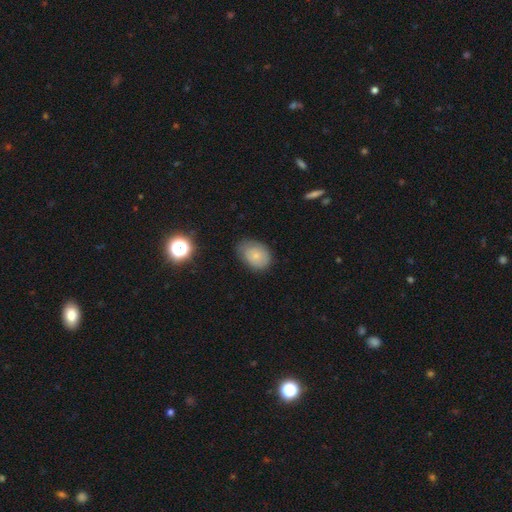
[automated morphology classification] Q: Smooth or featured?
A: smooth (76%); runner-up: featured or disk (14%)
Q: How rounded?
A: in between (69%); runner-up: round (30%)
Q: Merging?
A: none (65%); runner-up: minor disturbance (27%)